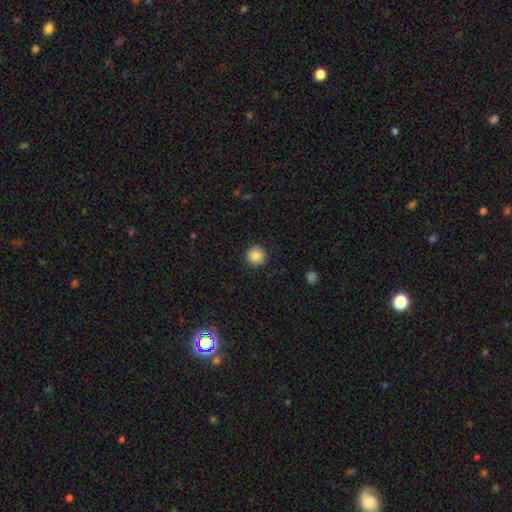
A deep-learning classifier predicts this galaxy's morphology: type=smooth (86%); roundness=round (95%); merging=none (91%).